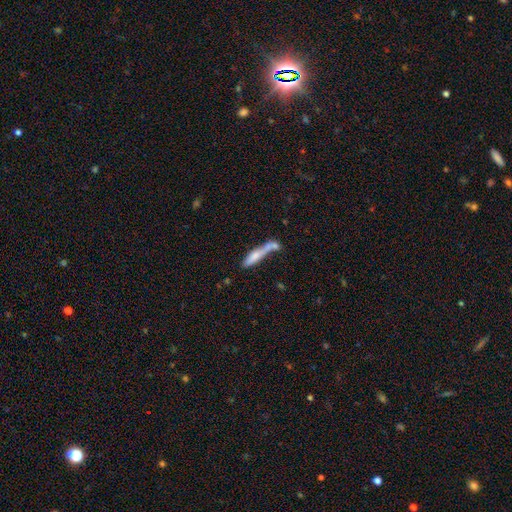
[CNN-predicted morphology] Smooth or featured? smooth (64%)
How rounded? cigar-shaped (80%)
Merging? merger (41%)